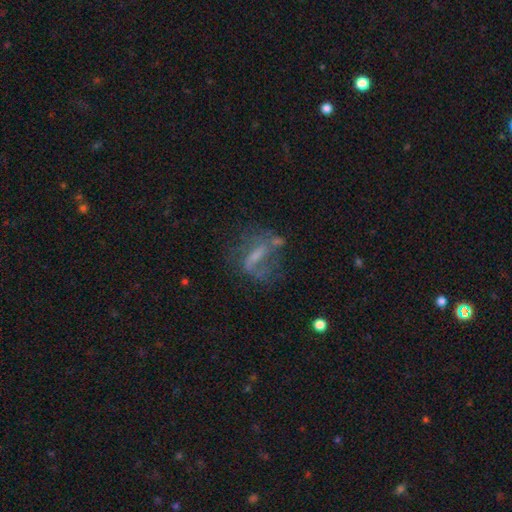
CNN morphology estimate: Q: Smooth or featured?
A: featured or disk (60%); runner-up: smooth (23%)
Q: Edge-on disk?
A: no (86%); runner-up: yes (14%)
Q: Bar?
A: strong (40%); runner-up: weak (35%)
Q: Spiral arms?
A: yes (57%); runner-up: no (43%)
Q: Bulge size?
A: none (37%); runner-up: small (35%)
Q: Merging?
A: none (50%); runner-up: major disturbance (24%)